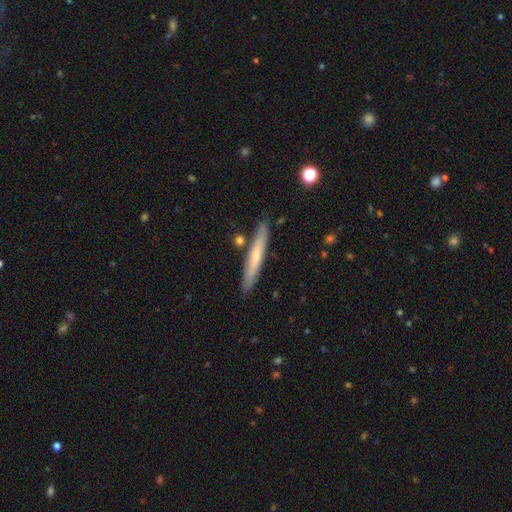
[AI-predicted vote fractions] This appears to be a smooth galaxy with no disk features (52%) that is cigar-shaped (94%). Merging: none (86%).